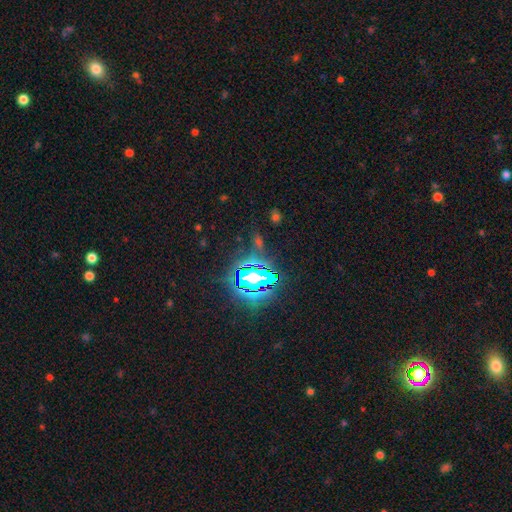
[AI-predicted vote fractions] Overall: star or artifact (83%).